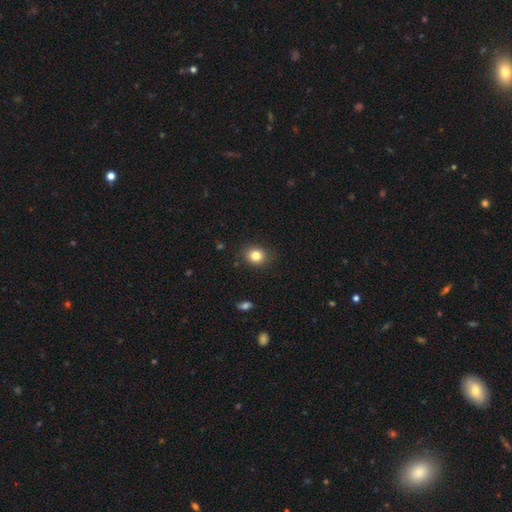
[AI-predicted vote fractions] Morphology: type=smooth (82%); roundness=round (69%); merging=none (86%).